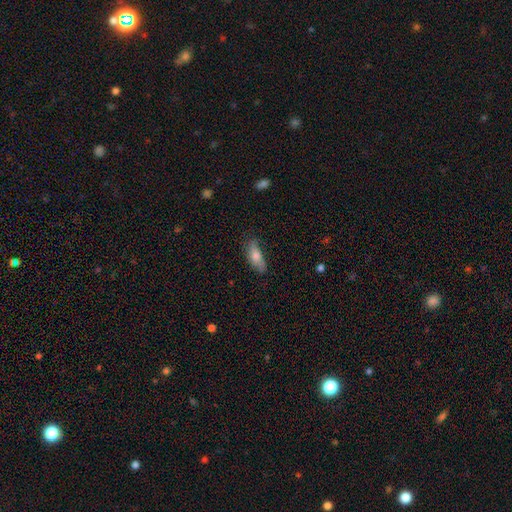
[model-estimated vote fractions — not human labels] Morphology: type=smooth (68%); roundness=in between (63%); merging=none (66%).